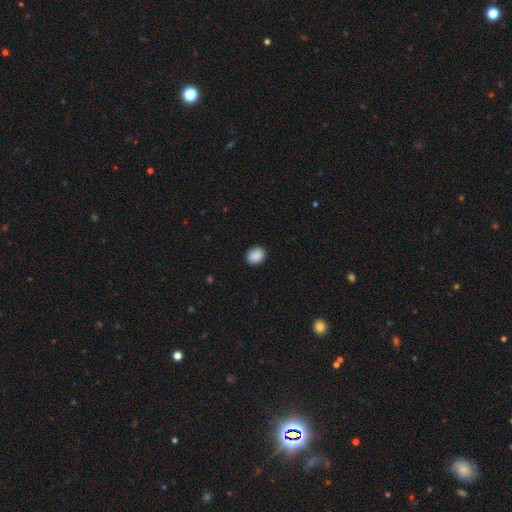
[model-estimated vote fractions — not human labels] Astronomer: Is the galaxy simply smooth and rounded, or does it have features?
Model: smooth — 89%.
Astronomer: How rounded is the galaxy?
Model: round — 53% (runner-up: in between, 46%).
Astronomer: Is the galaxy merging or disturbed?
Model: none — 88%.